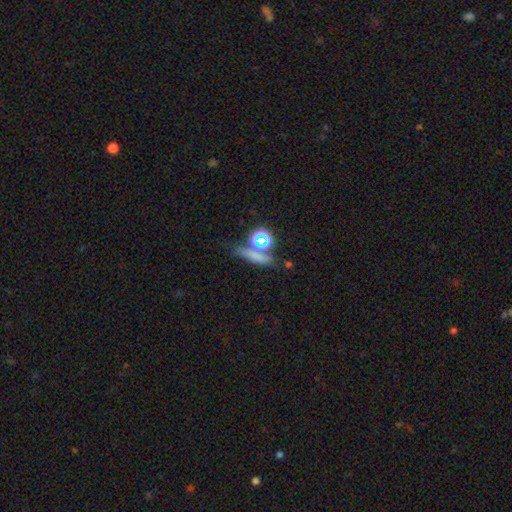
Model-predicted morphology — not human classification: Smooth or featured: smooth — 57% (star or artifact — 27%)
How rounded: cigar-shaped — 52% (round — 27%)
Merging: none — 69% (merger — 13%)